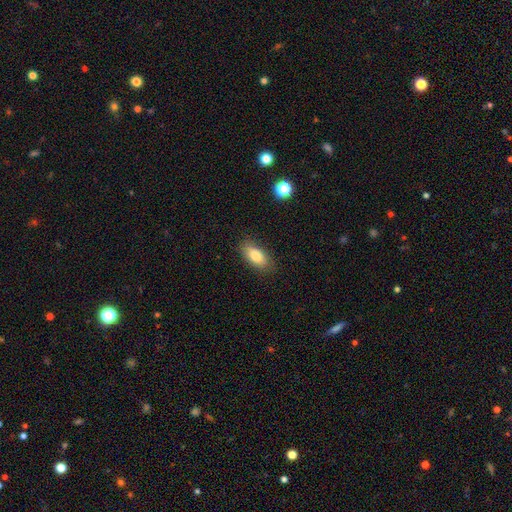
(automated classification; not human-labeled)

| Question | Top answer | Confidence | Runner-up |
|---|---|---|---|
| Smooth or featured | smooth | 81% | featured or disk (12%) |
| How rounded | in between | 87% | cigar-shaped (9%) |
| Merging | none | 86% | minor disturbance (10%) |